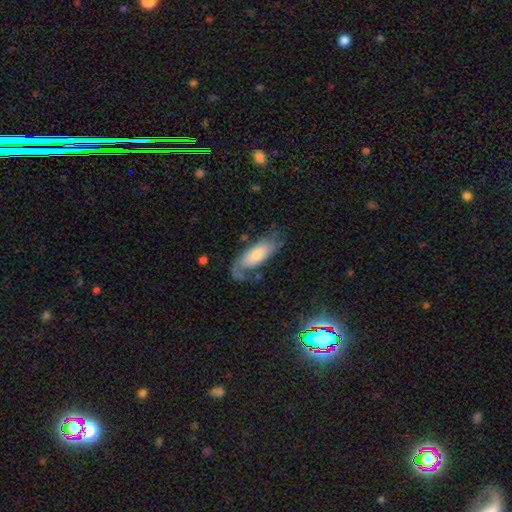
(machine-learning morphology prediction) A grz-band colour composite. It shows a featured or disk galaxy (50%). Merging: none (52%).